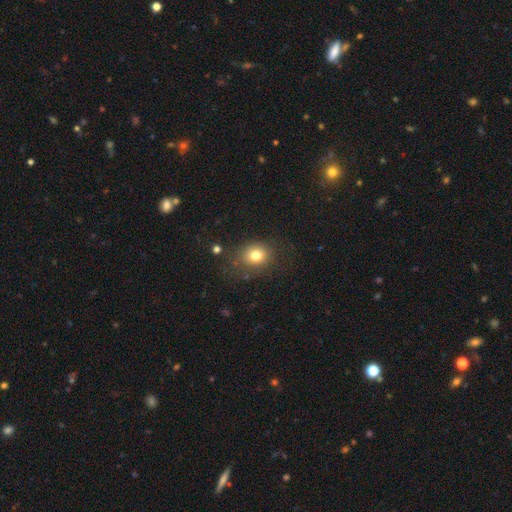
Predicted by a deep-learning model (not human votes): Q: Smooth or featured?
A: smooth (78%); runner-up: star or artifact (13%)
Q: How rounded?
A: round (63%); runner-up: in between (36%)
Q: Merging?
A: none (77%); runner-up: minor disturbance (15%)